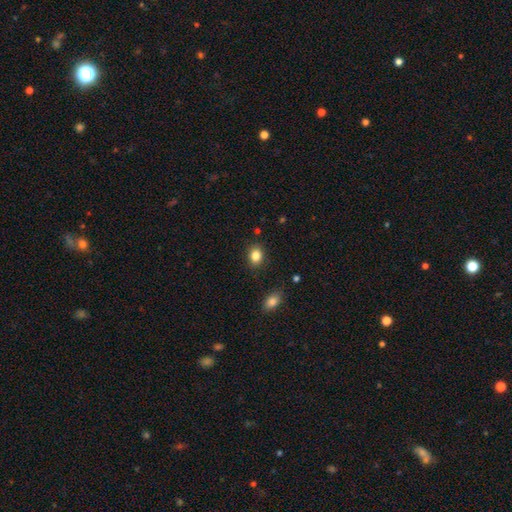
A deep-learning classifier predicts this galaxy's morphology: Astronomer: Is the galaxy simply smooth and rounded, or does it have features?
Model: smooth — 85%.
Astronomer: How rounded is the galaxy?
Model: in between — 56% (runner-up: round, 43%).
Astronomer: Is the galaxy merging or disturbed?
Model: none — 86%.